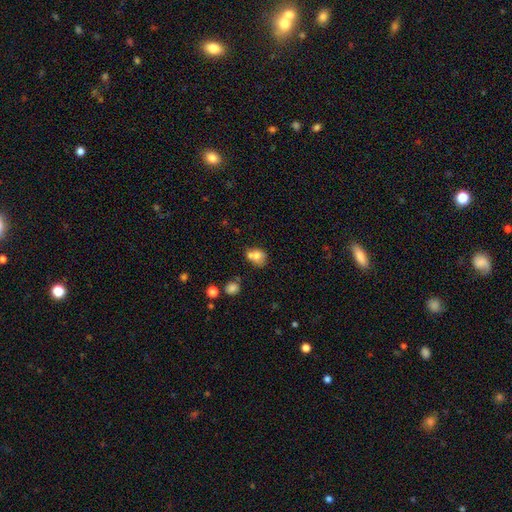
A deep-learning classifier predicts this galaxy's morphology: The model was most divided on "merging": merger: 43%, none: 38%, minor disturbance: 14%, major disturbance: 5%. More confident: smooth or featured — smooth (72%); how rounded — round (59%).